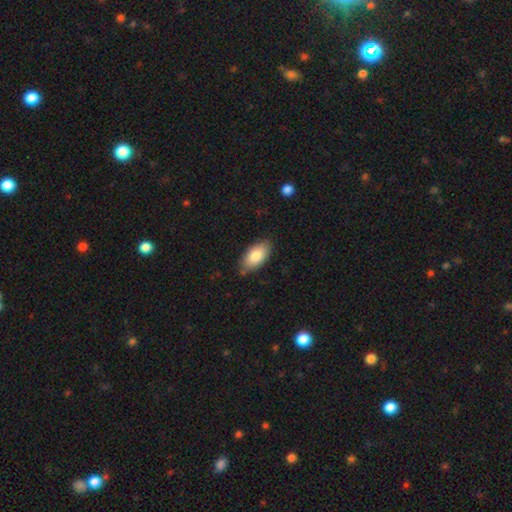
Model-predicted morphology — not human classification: smooth_or_featured: smooth (p=0.83) [alt: featured or disk p=0.11]
how_rounded: in between (p=0.94) [alt: cigar-shaped p=0.04]
merging: none (p=0.80) [alt: minor disturbance p=0.16]